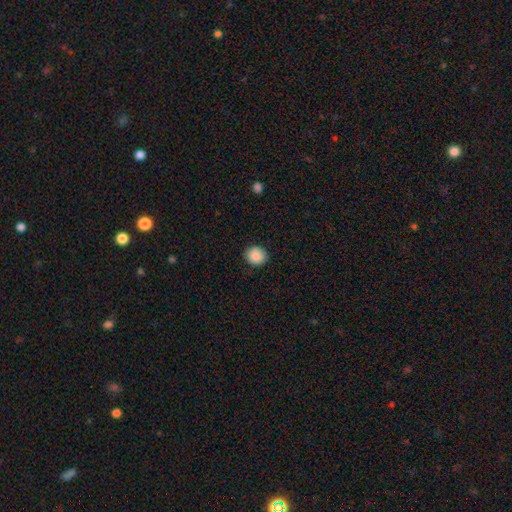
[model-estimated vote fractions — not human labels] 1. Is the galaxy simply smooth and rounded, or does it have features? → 87% smooth, 8% star or artifact, 4% featured or disk.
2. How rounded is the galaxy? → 81% round, 18% in between, 1% cigar-shaped.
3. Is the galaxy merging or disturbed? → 88% none, 9% minor disturbance, 2% major disturbance, 1% merger.